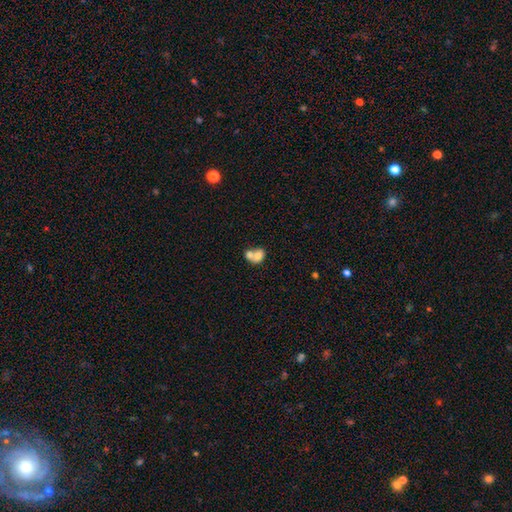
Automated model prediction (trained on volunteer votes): smooth_or_featured: smooth (p=0.72) [alt: featured or disk p=0.20]
how_rounded: in between (p=0.62) [alt: round p=0.37]
merging: merger (p=0.70) [alt: none p=0.19]